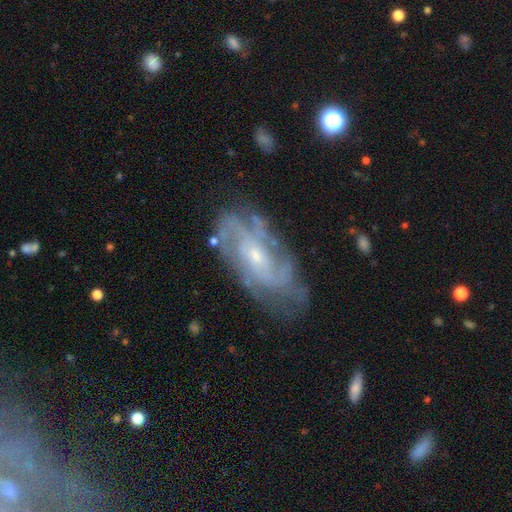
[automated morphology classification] featured or disk 85%, smooth 9%, star or artifact 6%. Down the decision tree: edge-on disk — no (94%); bar — no (61%); spiral arms — yes (94%); spiral arm count — can't tell (35%); spiral winding — tight (52%); bulge size — small (64%); merging — none (71%).